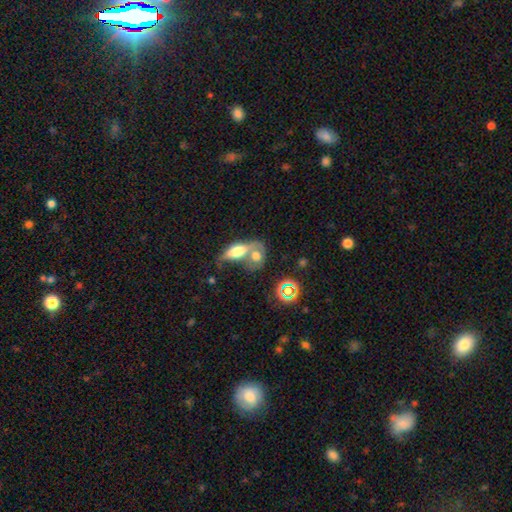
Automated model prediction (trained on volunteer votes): Smooth or featured? Predicted: smooth (p=0.61). How rounded? Predicted: in between (p=0.74). Merging? Predicted: merger (p=0.61).